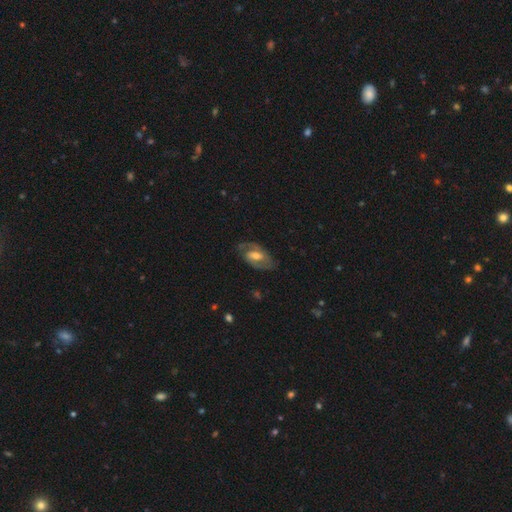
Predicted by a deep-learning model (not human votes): This is likely a featured or disk galaxy (79%). It is clearly not viewed edge-on (95%). Bar: possibly weak (48%). Spiral arm pattern: clearly yes (90%). Spiral arm count: clearly 2 (82%). Spiral winding: possibly medium (50%). Central bulge: likely moderate (64%). Merging: likely none (74%).